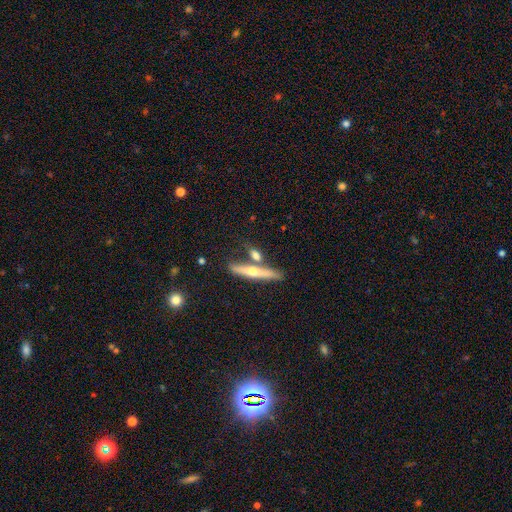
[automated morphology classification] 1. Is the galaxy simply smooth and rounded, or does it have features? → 51% smooth, 42% featured or disk, 7% star or artifact.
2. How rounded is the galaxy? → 68% cigar-shaped, 24% in between, 8% round.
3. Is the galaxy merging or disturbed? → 58% none, 26% merger, 12% minor disturbance, 4% major disturbance.